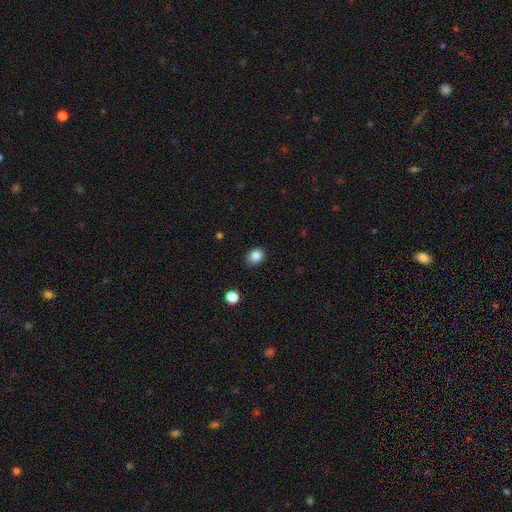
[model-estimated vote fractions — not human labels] smooth-or-featured: smooth: 87% | star or artifact: 10% | featured or disk: 3%
  how-rounded: in between: 50% | round: 49% | cigar-shaped: 1%
  merging: none: 85% | minor disturbance: 11% | major disturbance: 3% | merger: 1%